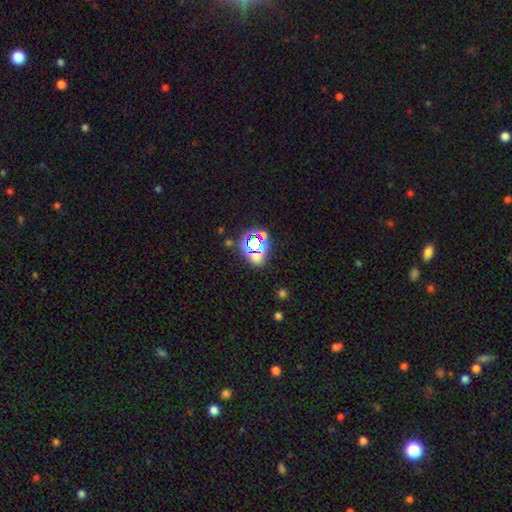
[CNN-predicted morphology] smooth-or-featured: star or artifact: 56% | smooth: 33% | featured or disk: 11%